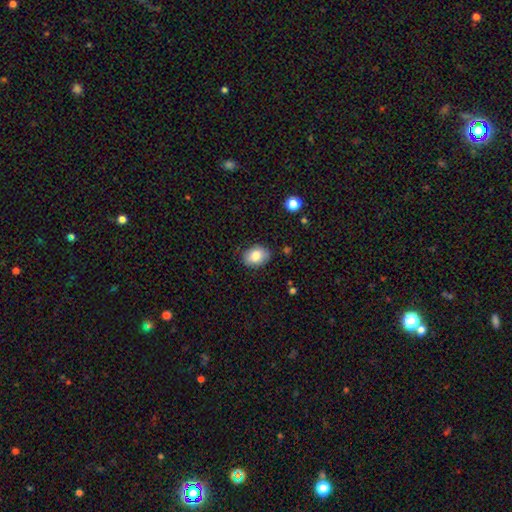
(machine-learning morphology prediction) The model was most divided on "how rounded": in between: 75%, round: 24%, cigar-shaped: 1%. More confident: smooth or featured — smooth (83%); merging — none (83%).